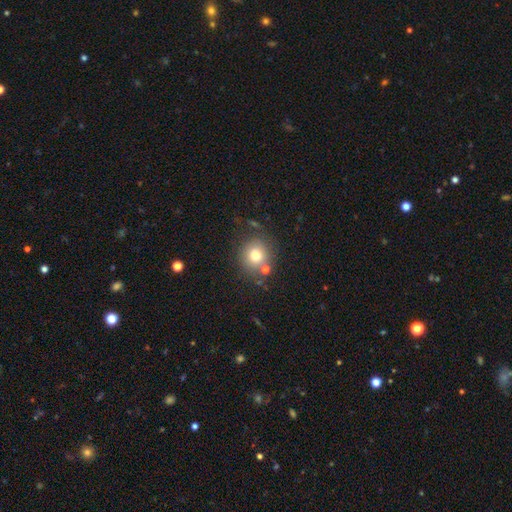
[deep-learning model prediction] Q: Smooth or featured?
A: smooth (74%); runner-up: star or artifact (13%)
Q: How rounded?
A: round (89%); runner-up: in between (10%)
Q: Merging?
A: none (75%); runner-up: minor disturbance (11%)